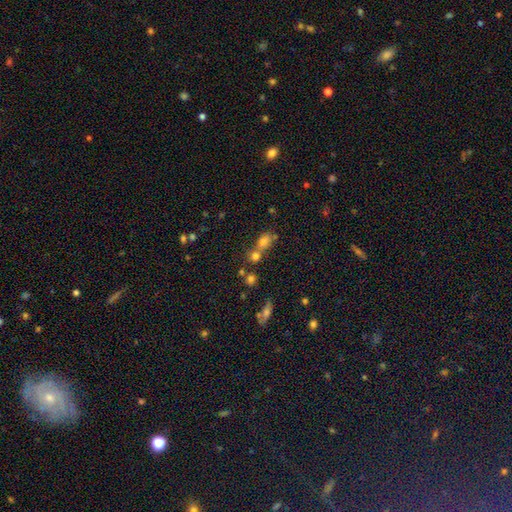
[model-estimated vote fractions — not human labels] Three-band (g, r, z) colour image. It shows a smooth galaxy with no disk features (62%) that is round (62%). Merging: none (44%).